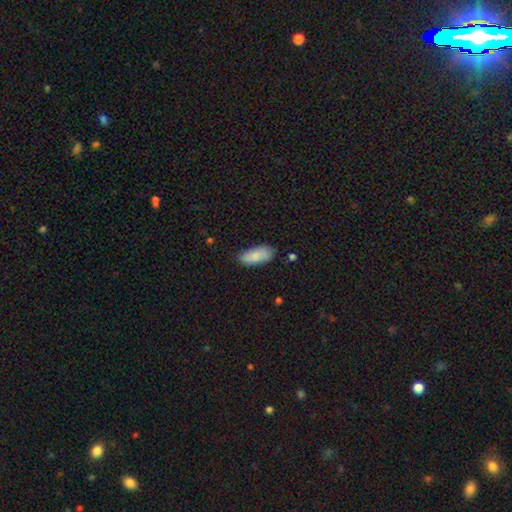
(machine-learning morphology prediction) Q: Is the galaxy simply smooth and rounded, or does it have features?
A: smooth — 84%.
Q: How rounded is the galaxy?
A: in between — 88%.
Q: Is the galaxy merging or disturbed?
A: none — 78%.